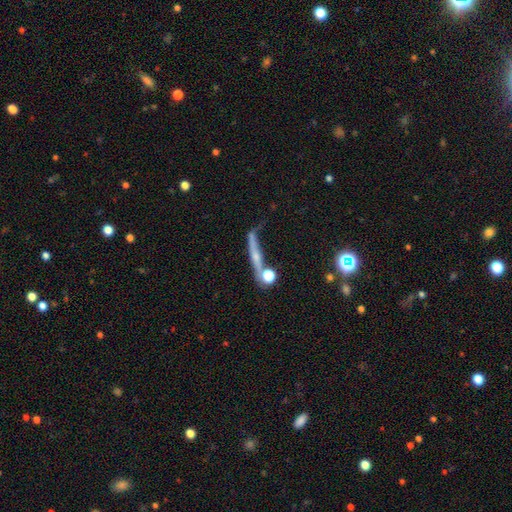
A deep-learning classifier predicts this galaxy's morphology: The model was most divided on "smooth or featured": featured or disk: 50%, smooth: 36%, star or artifact: 14%. More confident: edge-on disk — yes (82%); merging — none (52%).